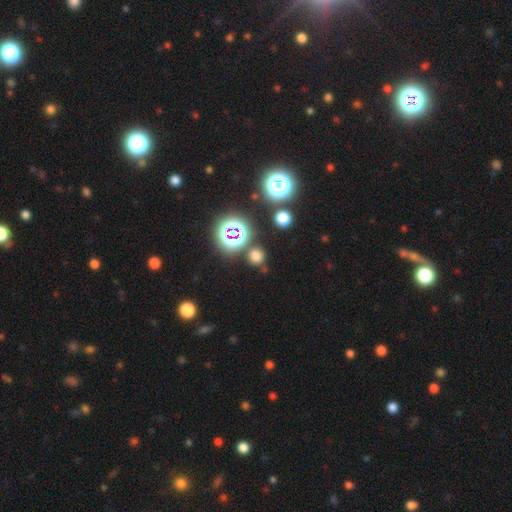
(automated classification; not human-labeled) Smooth or featured: smooth — 63% (star or artifact — 30%)
How rounded: round — 87% (in between — 12%)
Merging: none — 79% (minor disturbance — 9%)